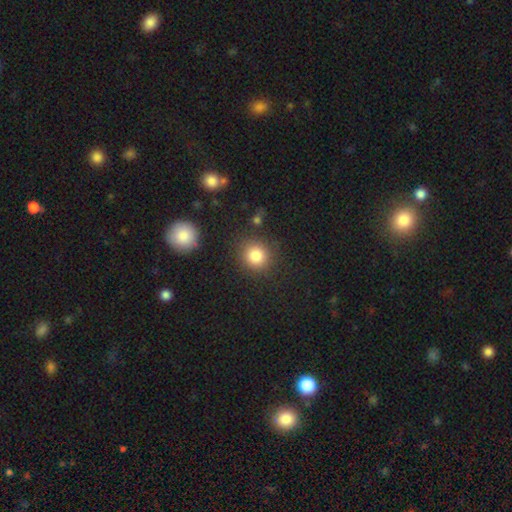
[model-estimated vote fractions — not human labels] smooth-or-featured: smooth: 83% | star or artifact: 11% | featured or disk: 6%
  how-rounded: round: 88% | in between: 11% | cigar-shaped: 1%
  merging: none: 85% | minor disturbance: 9% | major disturbance: 3% | merger: 3%